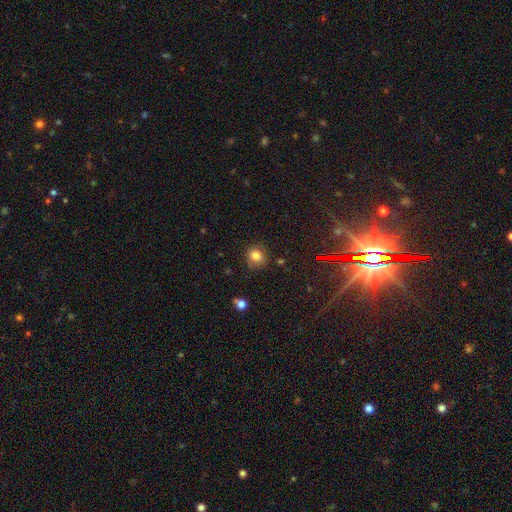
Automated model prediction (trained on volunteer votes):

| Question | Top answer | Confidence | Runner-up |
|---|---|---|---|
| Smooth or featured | smooth | 79% | star or artifact (13%) |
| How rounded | round | 70% | in between (29%) |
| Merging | none | 80% | minor disturbance (14%) |